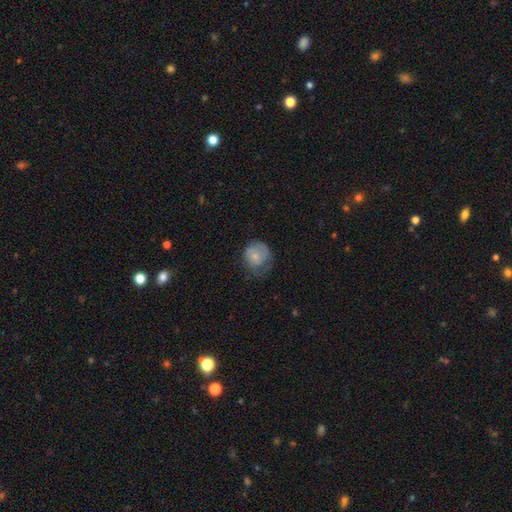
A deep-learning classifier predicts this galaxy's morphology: smooth-or-featured: smooth: 58% | featured or disk: 35% | star or artifact: 7%
  how-rounded: round: 77% | in between: 22% | cigar-shaped: 1%
  merging: none: 46% | minor disturbance: 32% | major disturbance: 21% | merger: 1%